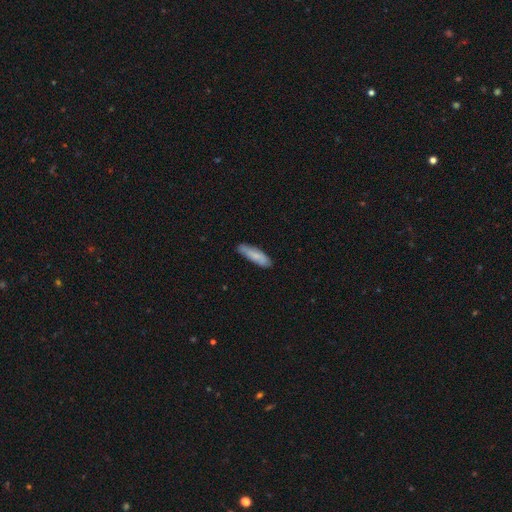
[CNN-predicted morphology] smooth-or-featured: smooth: 75% | featured or disk: 19% | star or artifact: 6%
  how-rounded: cigar-shaped: 61% | in between: 37% | round: 2%
  merging: none: 77% | minor disturbance: 18% | major disturbance: 3% | merger: 2%